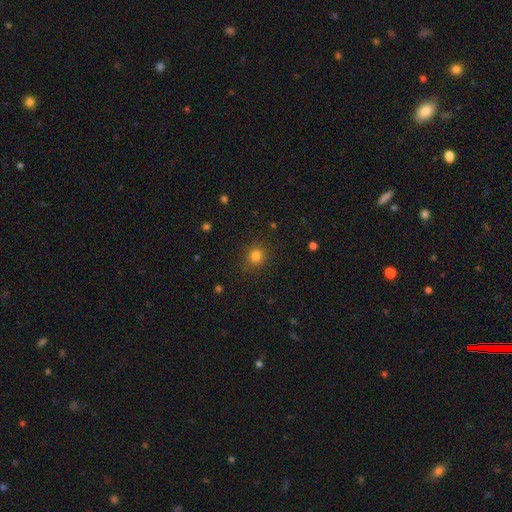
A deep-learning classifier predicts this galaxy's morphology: Q: Smooth or featured?
A: smooth (82%); runner-up: star or artifact (14%)
Q: How rounded?
A: round (72%); runner-up: in between (27%)
Q: Merging?
A: none (83%); runner-up: minor disturbance (11%)